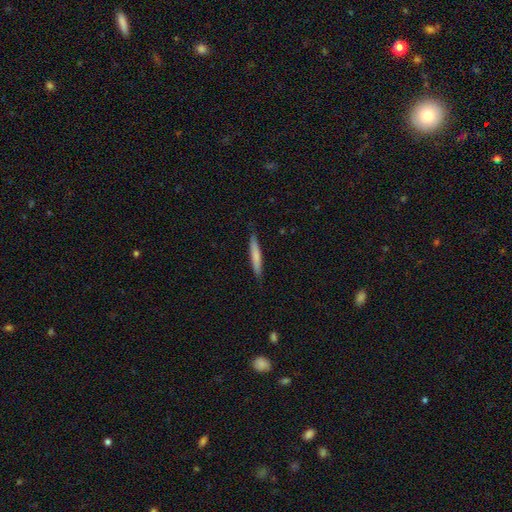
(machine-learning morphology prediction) A smooth galaxy with no disk features (73%) that is cigar-shaped (94%). Merging: none (87%).